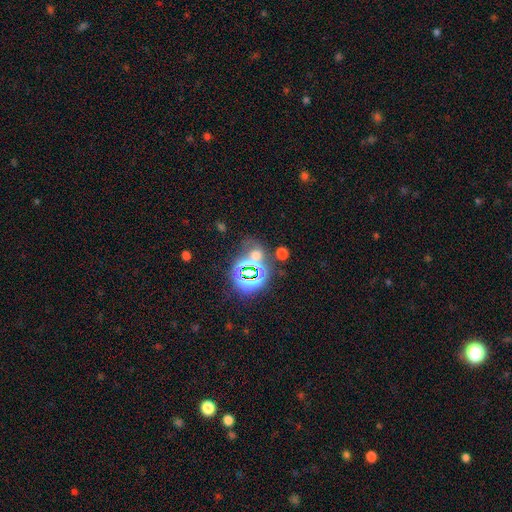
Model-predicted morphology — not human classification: A star or artifact, not a galaxy (50%).

Vote fractions:
- Smooth or featured? star or artifact: 50% / smooth: 40% / featured or disk: 10%